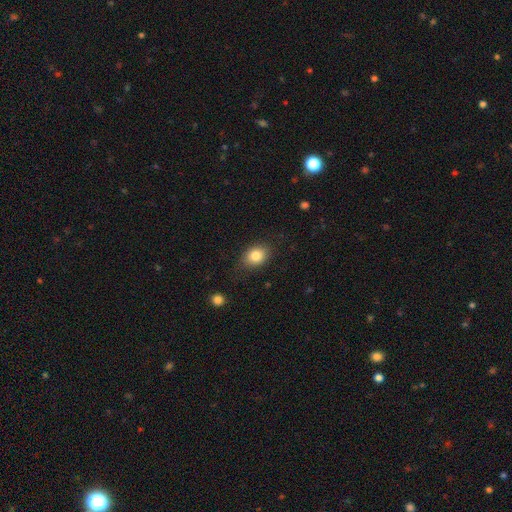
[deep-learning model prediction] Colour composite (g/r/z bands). It shows a smooth galaxy with no disk features (82%) that is in between round and cigar-shaped (64%). Merging: none (79%).